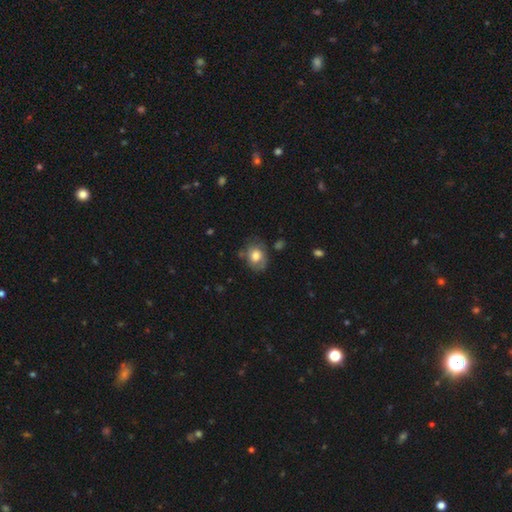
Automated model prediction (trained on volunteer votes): A smooth galaxy with no disk features (71%) that is in between round and cigar-shaped (54%). Merging: none (59%).